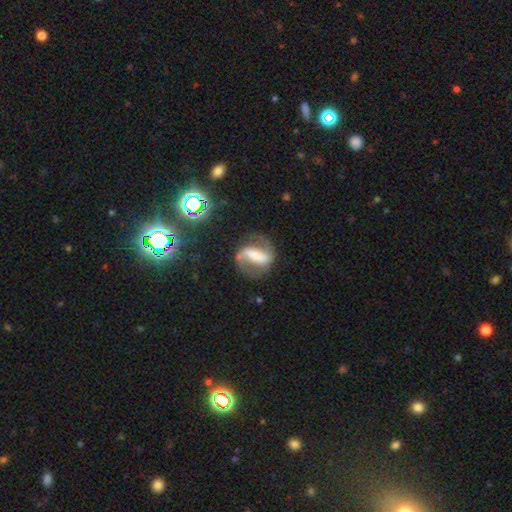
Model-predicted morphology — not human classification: This is likely a featured or disk galaxy (78%). It is clearly not viewed edge-on (95%). Bar: likely strong (66%). Spiral arm pattern: clearly yes (90%). Spiral arm count: clearly 2 (91%). Spiral winding: possibly medium (48%). Central bulge: marginally large (25%). Merging: likely none (70%).